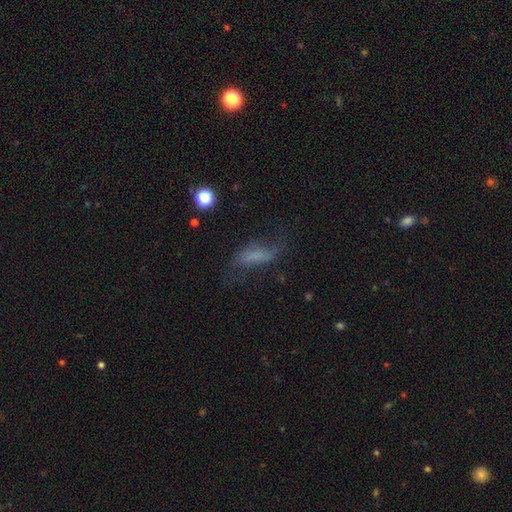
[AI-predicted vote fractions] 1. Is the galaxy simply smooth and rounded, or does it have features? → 46% smooth, 39% featured or disk, 15% star or artifact.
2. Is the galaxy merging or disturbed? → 47% none, 25% major disturbance, 24% minor disturbance, 3% merger.